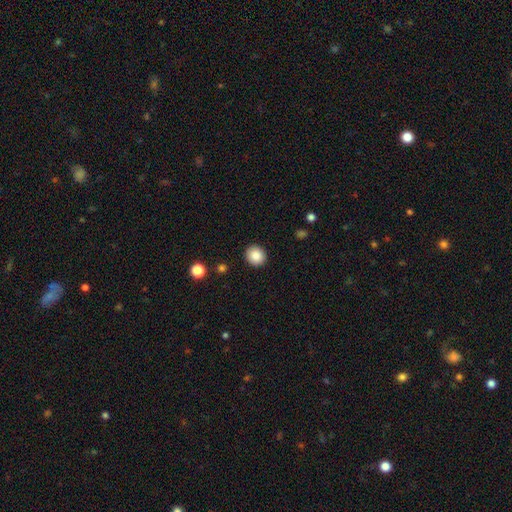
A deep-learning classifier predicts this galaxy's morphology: This appears to be a smooth galaxy with no disk features (88%) that is round (85%). Merging: none (91%).